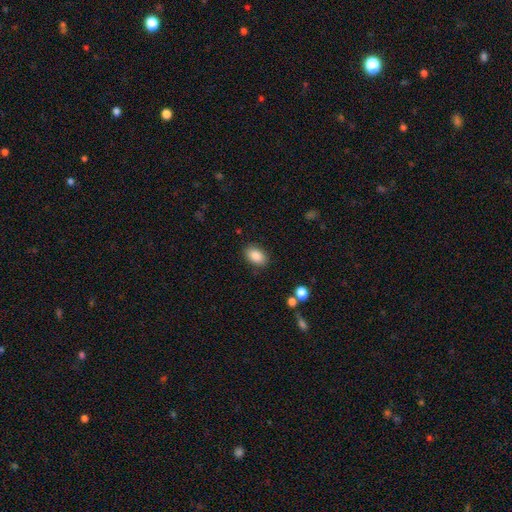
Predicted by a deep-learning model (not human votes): Overall: smooth (87%). How rounded: in between (88%). Merging: none (86%).